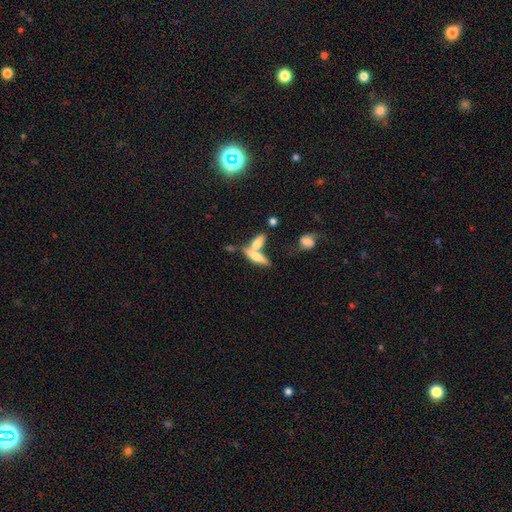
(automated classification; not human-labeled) This is possibly a smooth galaxy (53%). How rounded: possibly cigar-shaped (59%). Merging: possibly merger (47%).